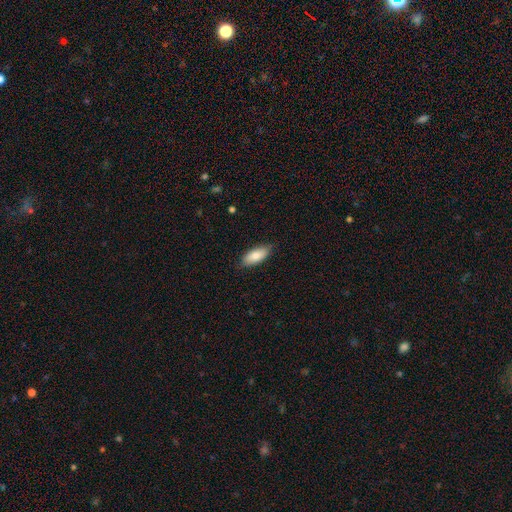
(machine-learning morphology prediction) type=smooth (84%); roundness=in between (83%); merging=none (83%).